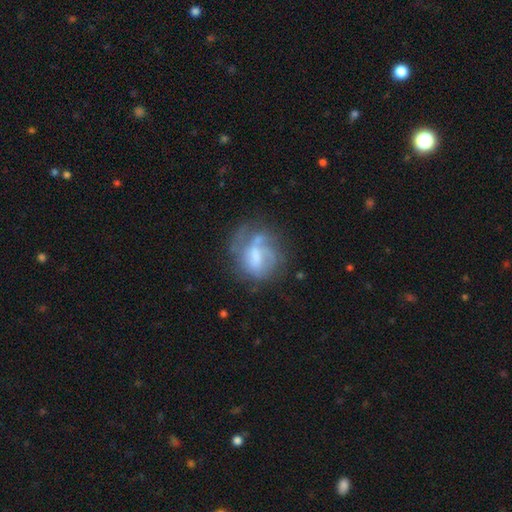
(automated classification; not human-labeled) Q: Smooth or featured?
A: featured or disk (61%); runner-up: smooth (29%)
Q: Edge-on disk?
A: no (97%); runner-up: yes (3%)
Q: Bar?
A: weak (44%); runner-up: no (40%)
Q: Spiral arms?
A: yes (60%); runner-up: no (40%)
Q: Bulge size?
A: moderate (38%); runner-up: small (29%)
Q: Merging?
A: none (42%); runner-up: major disturbance (26%)